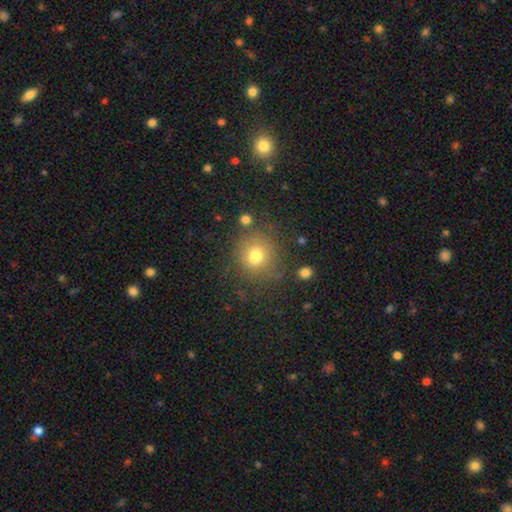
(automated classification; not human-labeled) This appears to be a smooth galaxy with no disk features (73%) that is round (80%). Merging: none (70%).